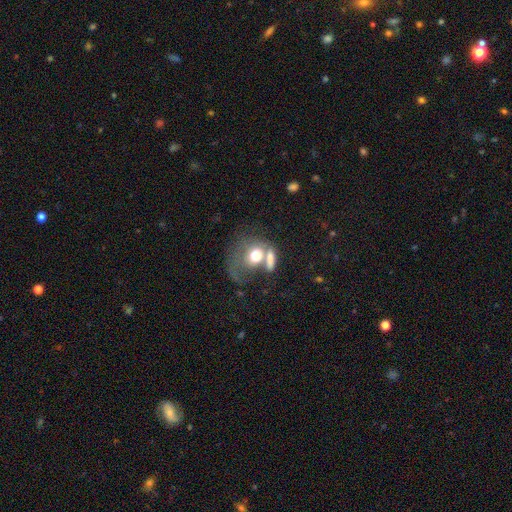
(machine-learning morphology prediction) Q: Smooth or featured?
A: smooth (63%); runner-up: featured or disk (28%)
Q: How rounded?
A: round (48%); tied with: in between (48%)
Q: Merging?
A: merger (45%); runner-up: major disturbance (24%)